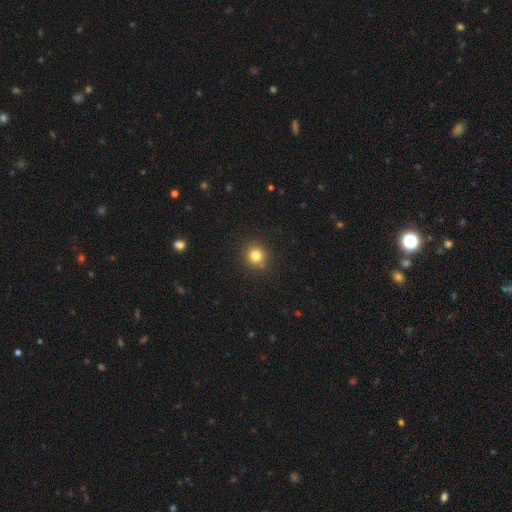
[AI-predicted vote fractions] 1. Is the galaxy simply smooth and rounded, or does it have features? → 81% smooth, 13% star or artifact, 6% featured or disk.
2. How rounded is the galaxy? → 90% round, 9% in between, 1% cigar-shaped.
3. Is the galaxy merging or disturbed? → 88% none, 8% minor disturbance, 2% major disturbance, 2% merger.